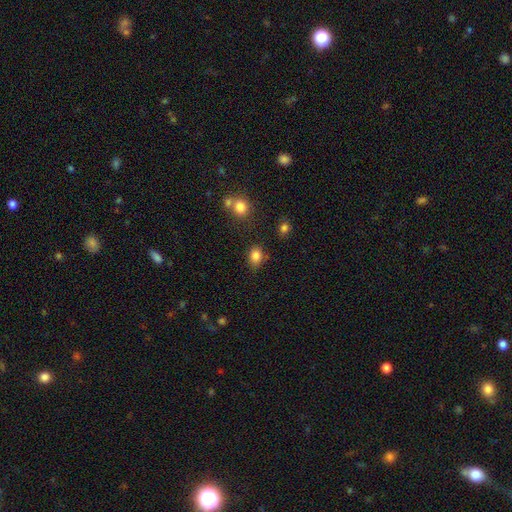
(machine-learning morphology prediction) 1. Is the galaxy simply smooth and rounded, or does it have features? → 83% smooth, 11% star or artifact, 6% featured or disk.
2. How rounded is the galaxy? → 58% in between, 41% round, 1% cigar-shaped.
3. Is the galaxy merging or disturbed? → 73% none, 17% minor disturbance, 6% merger, 4% major disturbance.